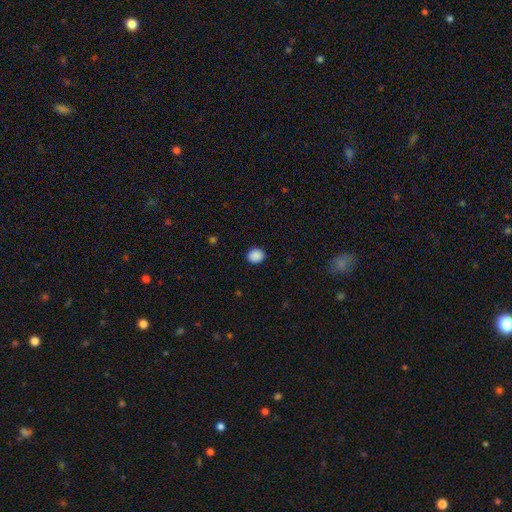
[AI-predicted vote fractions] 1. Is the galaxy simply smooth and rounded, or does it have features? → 89% smooth, 9% star or artifact, 2% featured or disk.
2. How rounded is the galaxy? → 77% round, 23% in between, 1% cigar-shaped.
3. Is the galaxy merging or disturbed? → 91% none, 6% minor disturbance, 2% major disturbance, 1% merger.